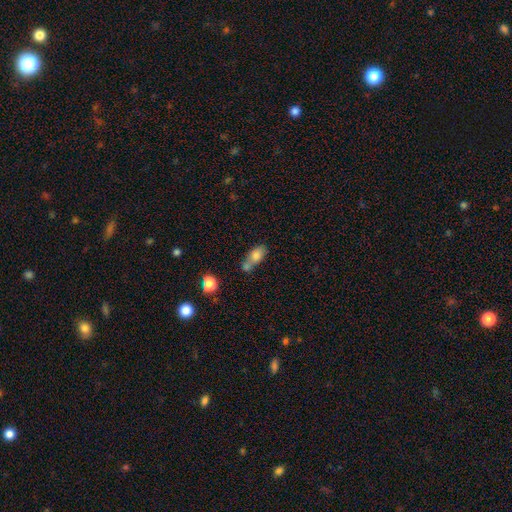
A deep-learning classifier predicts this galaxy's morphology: A smooth galaxy with no disk features (77%) that is in between round and cigar-shaped (79%). Merging: merger (46%).